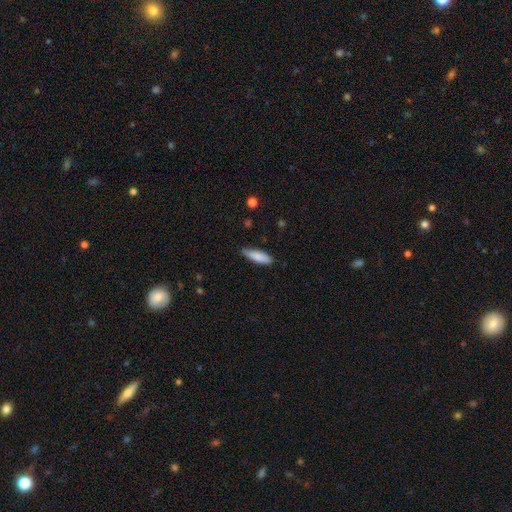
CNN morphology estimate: smooth_or_featured: smooth (p=0.84) [alt: featured or disk p=0.10]
how_rounded: in between (p=0.50) [alt: cigar-shaped p=0.48]
merging: none (p=0.79) [alt: minor disturbance p=0.17]